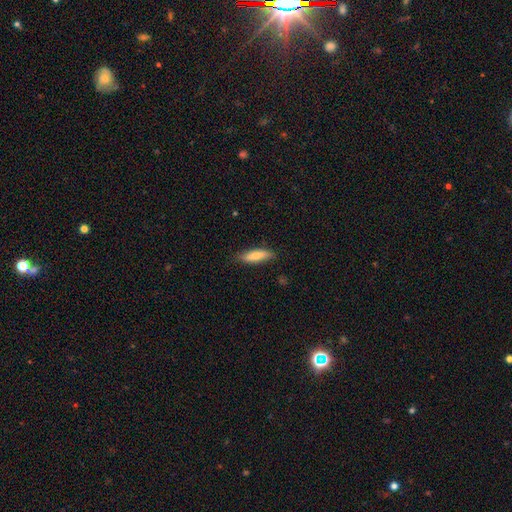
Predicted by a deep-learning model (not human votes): A smooth galaxy with no disk features (74%) that is cigar-shaped (64%).

Vote fractions:
- Smooth or featured? smooth: 74% / featured or disk: 20% / star or artifact: 6%
- How rounded? cigar-shaped: 64% / in between: 34% / round: 2%
- Merging? none: 83% / minor disturbance: 14% / major disturbance: 2% / merger: 1%